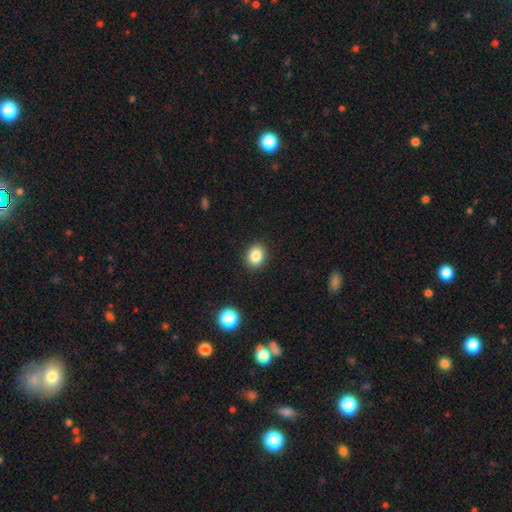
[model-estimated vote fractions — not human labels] smooth-or-featured: smooth: 85% | star or artifact: 10% | featured or disk: 5%
  how-rounded: round: 58% | in between: 41% | cigar-shaped: 1%
  merging: none: 90% | minor disturbance: 7% | major disturbance: 2% | merger: 1%